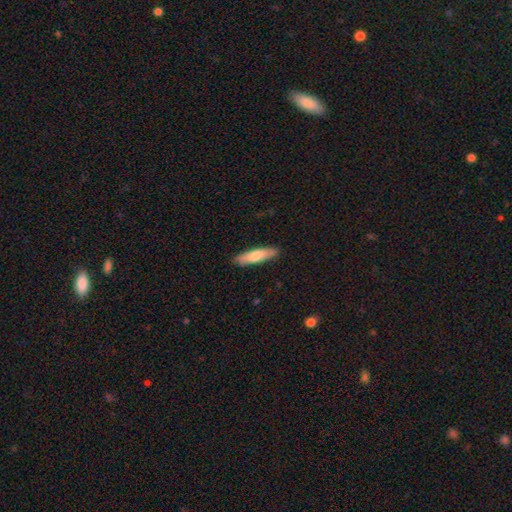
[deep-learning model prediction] Smooth or featured: smooth — 75% (featured or disk — 20%)
How rounded: cigar-shaped — 71% (in between — 28%)
Merging: none — 87% (minor disturbance — 10%)